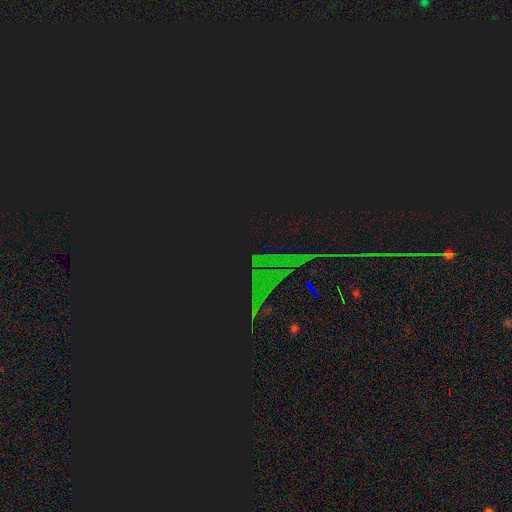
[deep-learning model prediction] This is clearly a star or artifact rather than a galaxy (86%).